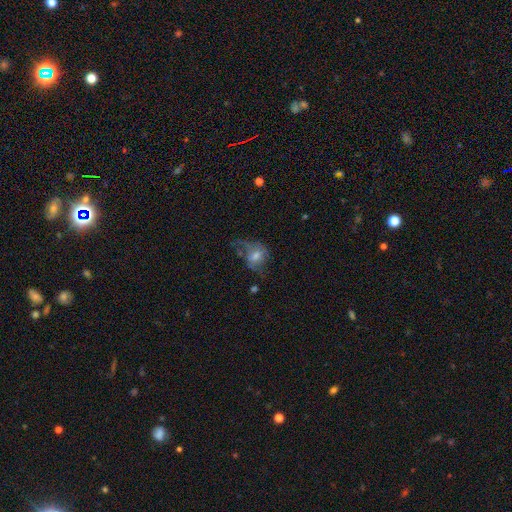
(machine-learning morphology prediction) Smooth or featured?
  - featured or disk: 49% *
  - smooth: 38%
  - star or artifact: 14%
Merging?
  - major disturbance: 43% *
  - none: 32%
  - minor disturbance: 22%
  - merger: 3%